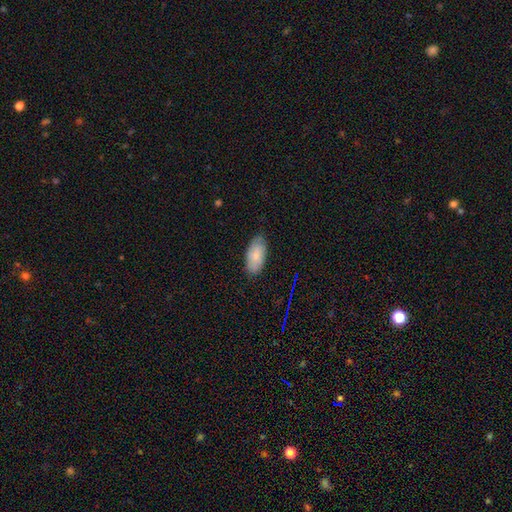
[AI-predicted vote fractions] This appears to be a smooth galaxy with no disk features (78%) that is in between round and cigar-shaped (94%). Merging: none (79%).